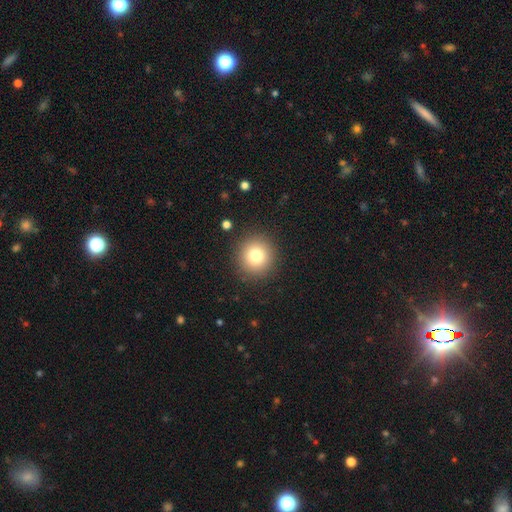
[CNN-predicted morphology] smooth_or_featured: smooth (p=0.77) [alt: star or artifact p=0.13]
how_rounded: round (p=0.94) [alt: in between p=0.06]
merging: none (p=0.90) [alt: minor disturbance p=0.06]